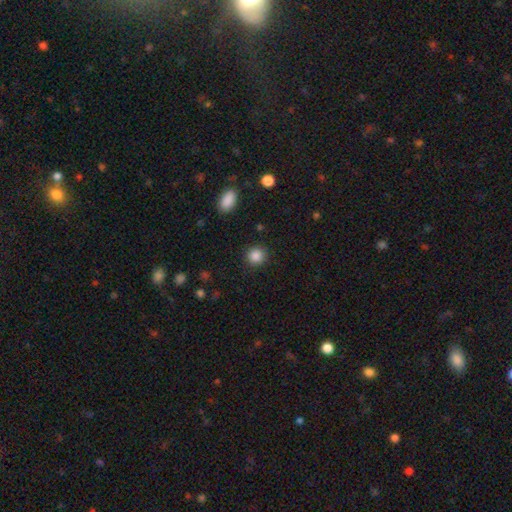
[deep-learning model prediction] smooth-or-featured: smooth: 86% | star or artifact: 10% | featured or disk: 3%
  how-rounded: round: 91% | in between: 8% | cigar-shaped: 1%
  merging: none: 90% | minor disturbance: 6% | major disturbance: 2% | merger: 1%